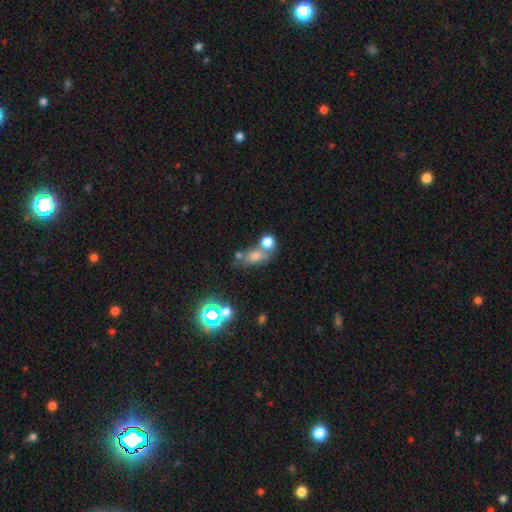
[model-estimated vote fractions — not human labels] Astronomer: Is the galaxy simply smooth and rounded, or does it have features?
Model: smooth — 67%.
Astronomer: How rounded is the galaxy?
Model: in between — 59% (runner-up: round, 35%).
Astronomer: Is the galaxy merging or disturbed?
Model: none — 42% (runner-up: merger, 37%).